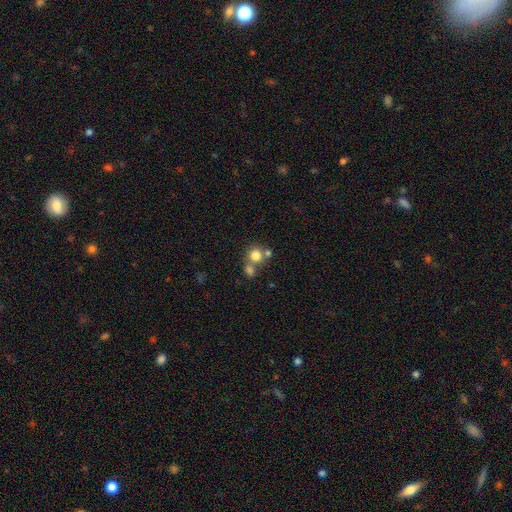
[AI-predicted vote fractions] Smooth or featured? smooth (78%)
How rounded? round (86%)
Merging? none (50%)